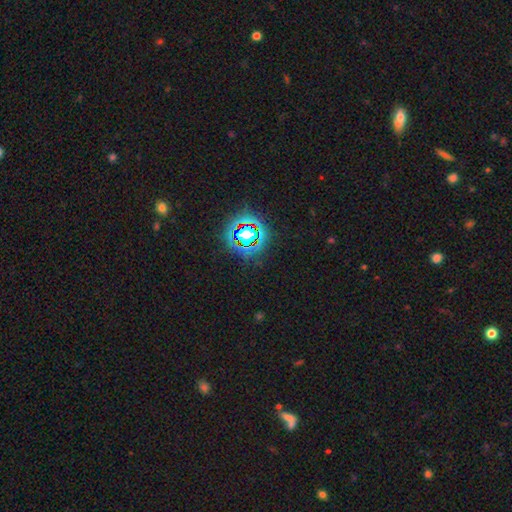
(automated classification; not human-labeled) smooth-or-featured: star or artifact: 79% | smooth: 14% | featured or disk: 7%